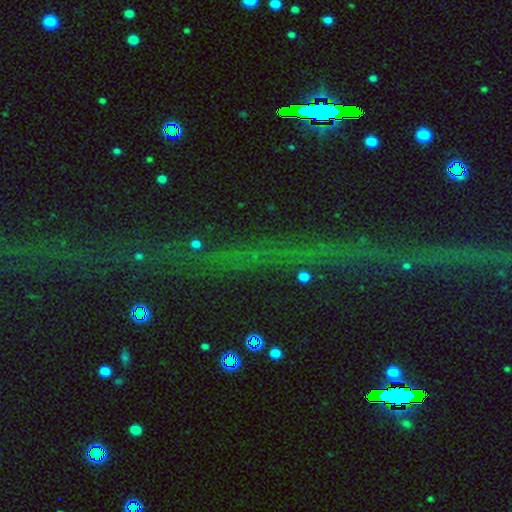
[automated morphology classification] smooth_or_featured: star or artifact (p=0.64) [alt: featured or disk p=0.20]